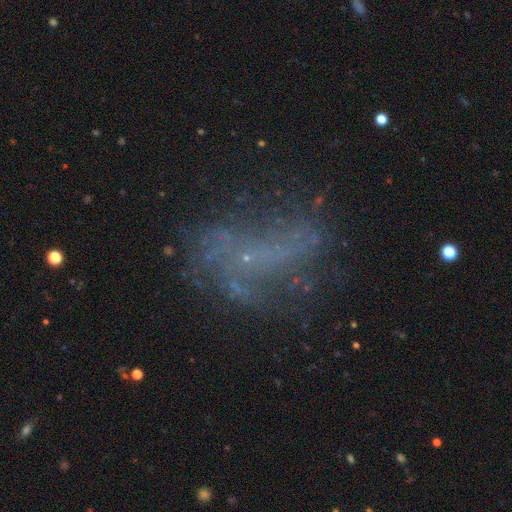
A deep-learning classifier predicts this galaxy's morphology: Smooth or featured: featured or disk — 50% (star or artifact — 28%)
Edge-on disk: no — 94% (yes — 6%)
Merging: none — 46% (major disturbance — 30%)